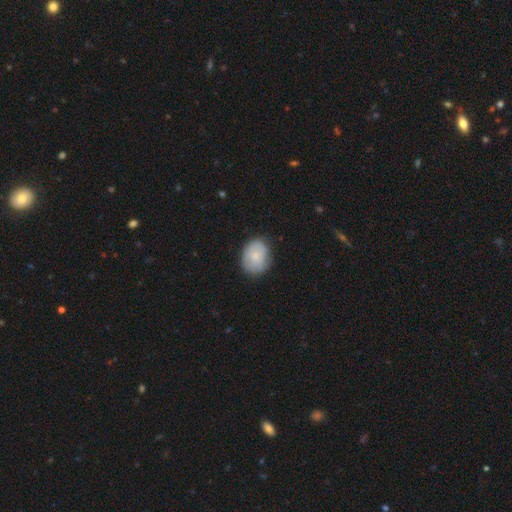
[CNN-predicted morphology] A smooth galaxy with no disk features (73%) that is in between round and cigar-shaped (56%). Merging: none (76%).